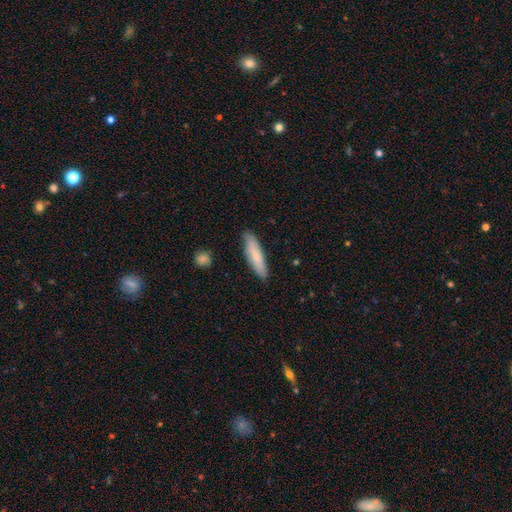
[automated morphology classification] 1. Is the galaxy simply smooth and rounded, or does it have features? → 76% smooth, 18% featured or disk, 6% star or artifact.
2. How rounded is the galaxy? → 73% cigar-shaped, 25% in between, 1% round.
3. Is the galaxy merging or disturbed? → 87% none, 10% minor disturbance, 2% major disturbance, 1% merger.